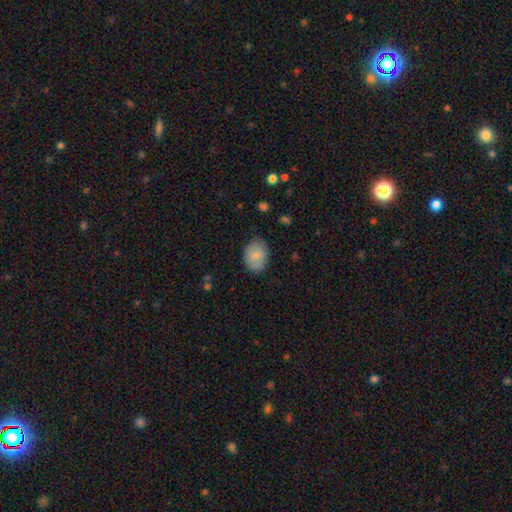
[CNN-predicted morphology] A smooth galaxy with no disk features (74%) that is in between round and cigar-shaped (70%). Merging: none (79%).